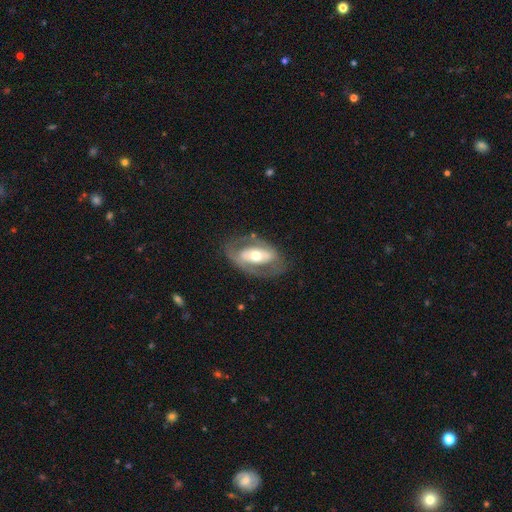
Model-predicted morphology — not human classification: type=featured or disk (69%); edge-on=no (91%); bar=no (49%); spiral arms=no (54%); bulge=moderate (65%); merging=none (70%).